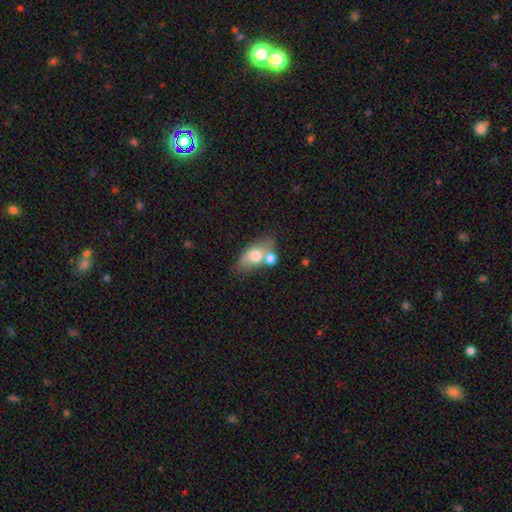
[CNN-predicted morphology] Smooth or featured?
  - smooth: 67% *
  - featured or disk: 26%
  - star or artifact: 8%
How rounded?
  - in between: 79% *
  - round: 15%
  - cigar-shaped: 6%
Merging?
  - merger: 40% *
  - none: 39%
  - minor disturbance: 15%
  - major disturbance: 7%